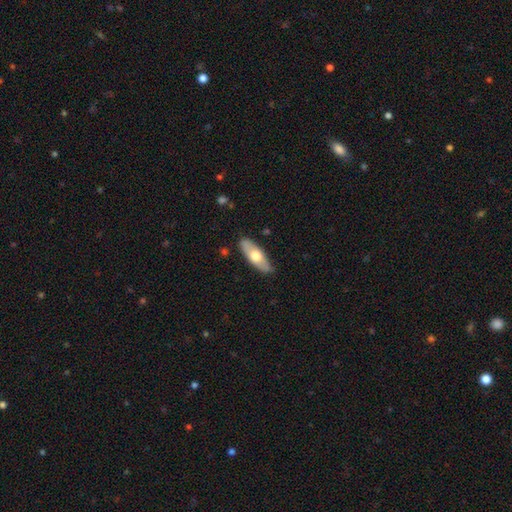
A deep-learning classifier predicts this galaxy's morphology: smooth-or-featured: smooth: 58% | featured or disk: 37% | star or artifact: 5%
  how-rounded: in between: 69% | cigar-shaped: 29% | round: 3%
  merging: none: 86% | minor disturbance: 11% | major disturbance: 2% | merger: 1%